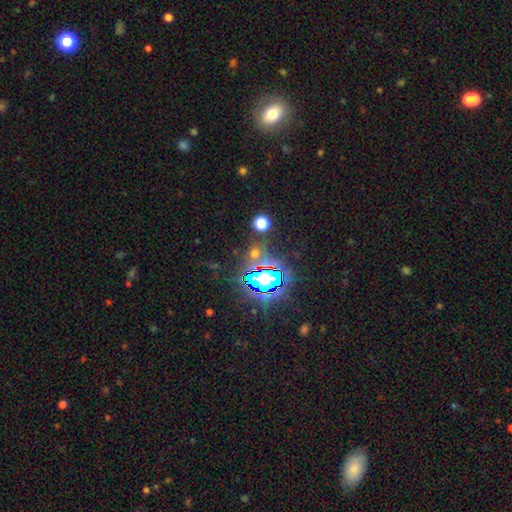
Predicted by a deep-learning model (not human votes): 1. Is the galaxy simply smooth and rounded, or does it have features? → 72% star or artifact, 19% smooth, 9% featured or disk.